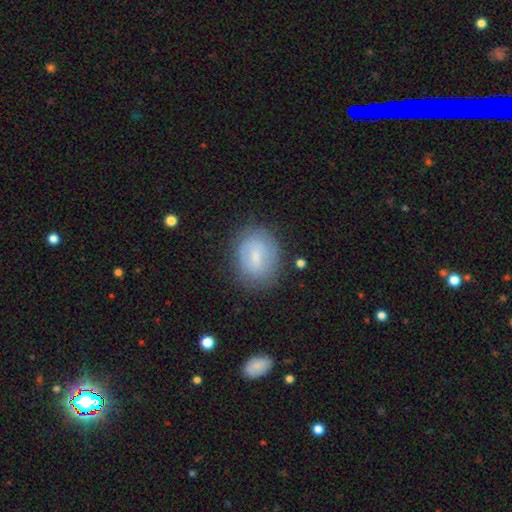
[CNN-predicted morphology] The model was most divided on "how rounded": in between: 54%, round: 45%, cigar-shaped: 1%. More confident: merging — none (74%); smooth or featured — smooth (59%).